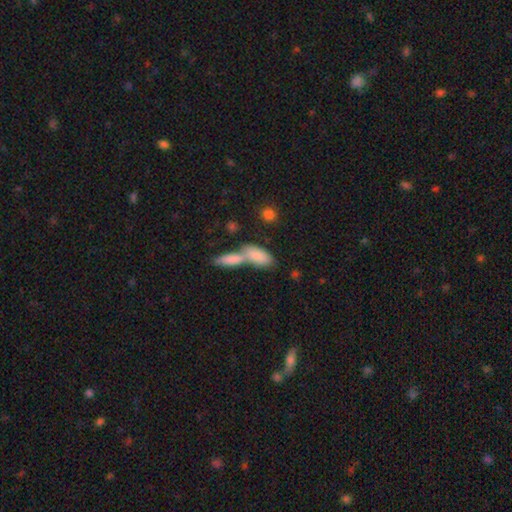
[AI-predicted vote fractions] smooth_or_featured: smooth (p=0.82) [alt: featured or disk p=0.11]
how_rounded: in between (p=0.81) [alt: cigar-shaped p=0.16]
merging: merger (p=0.53) [alt: none p=0.34]